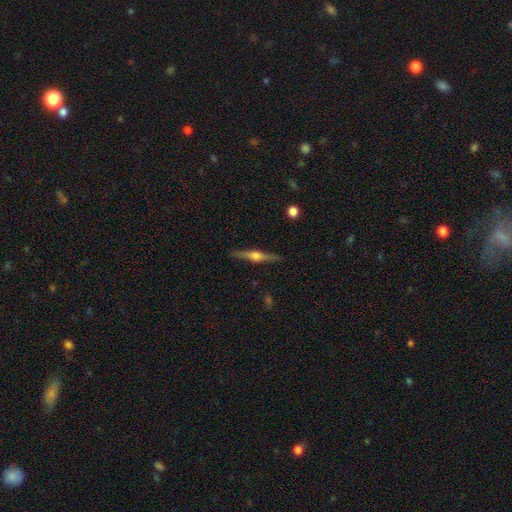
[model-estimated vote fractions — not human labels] Q: Smooth or featured?
A: featured or disk (78%); runner-up: smooth (16%)
Q: Edge-on disk?
A: yes (98%); runner-up: no (2%)
Q: Edge-on bulge?
A: rounded (90%); runner-up: boxy (7%)
Q: Merging?
A: none (91%); runner-up: minor disturbance (7%)